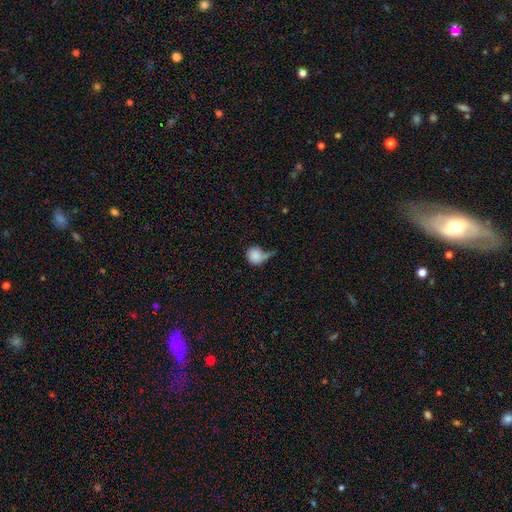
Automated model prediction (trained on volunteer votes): A smooth galaxy with no disk features (81%) that is round (82%). Merging: major disturbance (33%).